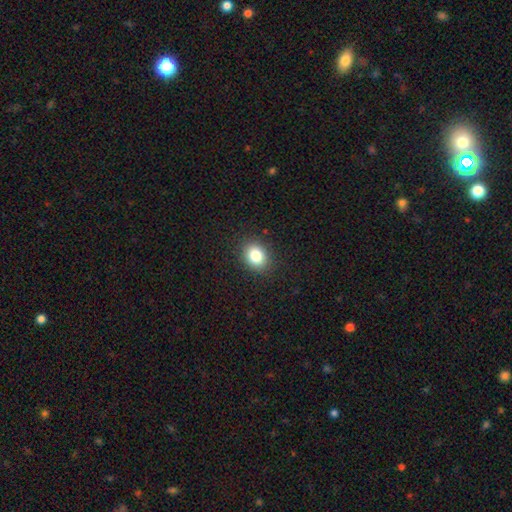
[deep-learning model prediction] Smooth or featured? Predicted: smooth (p=0.83). How rounded? Predicted: in between (p=0.53). Merging? Predicted: none (p=0.88).